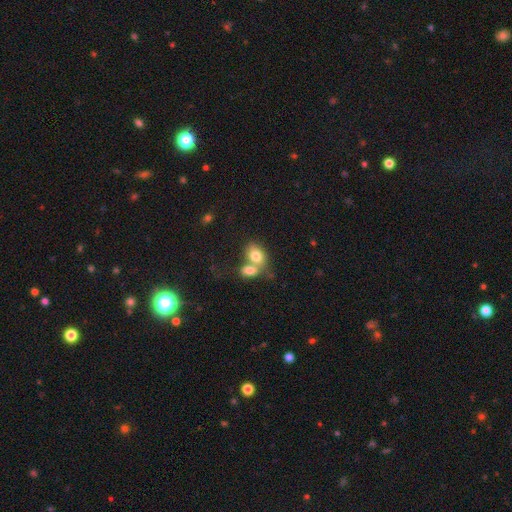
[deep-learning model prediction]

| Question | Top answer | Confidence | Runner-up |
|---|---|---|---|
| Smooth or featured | smooth | 77% | featured or disk (14%) |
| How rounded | in between | 75% | round (23%) |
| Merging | merger | 61% | none (27%) |